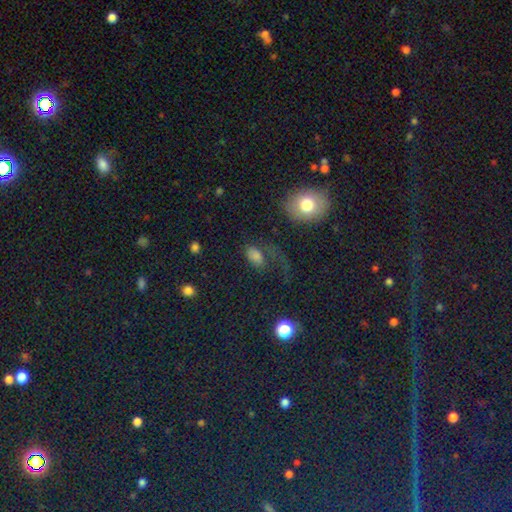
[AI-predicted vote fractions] Q: Smooth or featured?
A: smooth (63%); runner-up: star or artifact (19%)
Q: How rounded?
A: in between (80%); runner-up: round (16%)
Q: Merging?
A: none (47%); runner-up: major disturbance (28%)